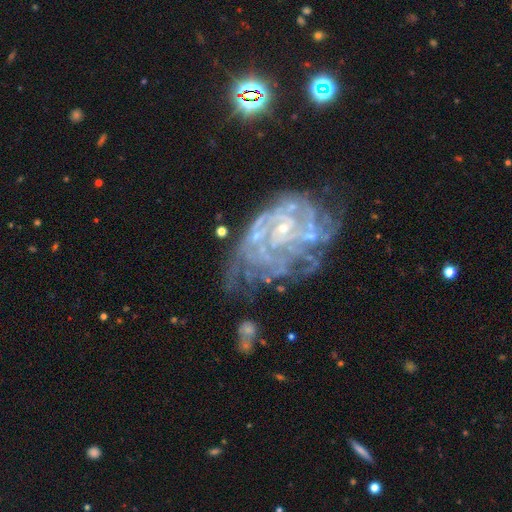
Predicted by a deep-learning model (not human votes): smooth-or-featured: featured or disk: 85% | star or artifact: 8% | smooth: 7%
  disk-edge-on: no: 98% | yes: 2%
    bar: no: 69% | weak: 25% | strong: 6%
    has-spiral-arms: yes: 88% | no: 12%
      spiral-winding: tight: 61% | medium: 30% | loose: 9%
      spiral-arm-count: can't tell: 40% | 4: 15% | 3: 15% | 2: 13% | more than 4: 10% | 1: 7%
    bulge-size: small: 80% | moderate: 12% | none: 6% | large: 1% | dominant: 1%
  merging: none: 39% | major disturbance: 28% | minor disturbance: 24% | merger: 9%